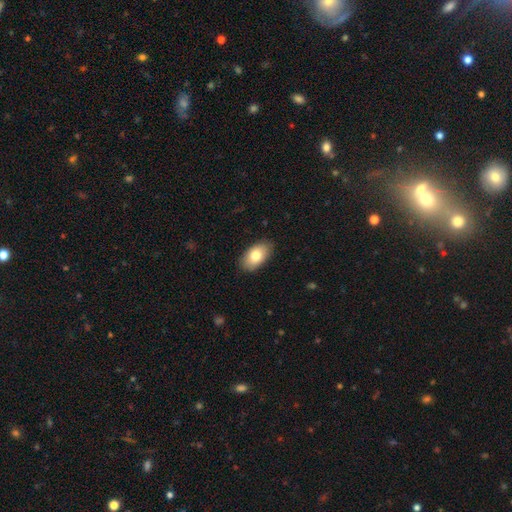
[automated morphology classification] smooth_or_featured: smooth (p=0.79) [alt: featured or disk p=0.15]
how_rounded: in between (p=0.94) [alt: round p=0.04]
merging: none (p=0.87) [alt: minor disturbance p=0.10]